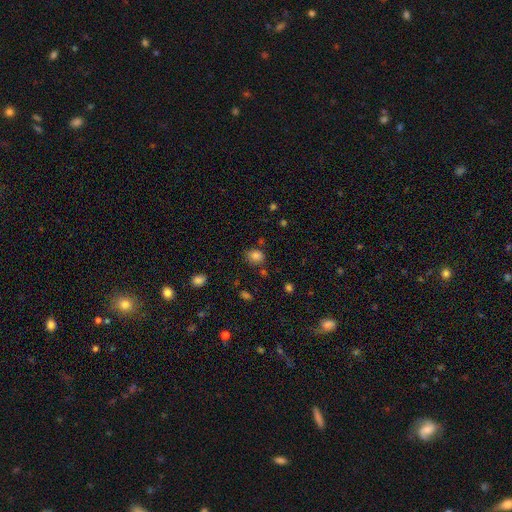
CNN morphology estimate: smooth-or-featured: smooth: 82% | star or artifact: 12% | featured or disk: 6%
  how-rounded: round: 51% | in between: 48% | cigar-shaped: 1%
  merging: none: 75% | minor disturbance: 16% | merger: 5% | major disturbance: 4%